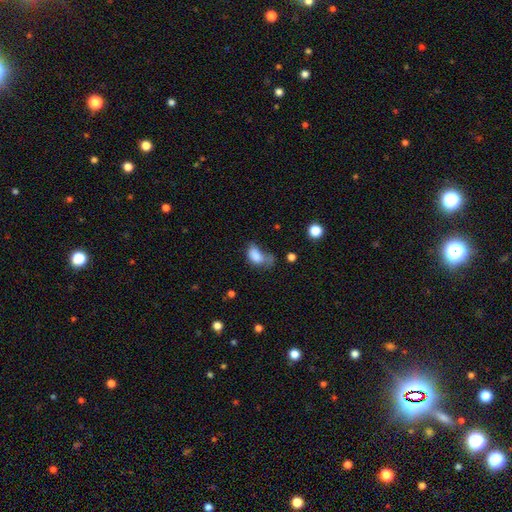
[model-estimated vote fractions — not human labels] smooth 79%, featured or disk 11%, star or artifact 10%. Down the decision tree: how rounded — in between (87%); merging — major disturbance (36%).